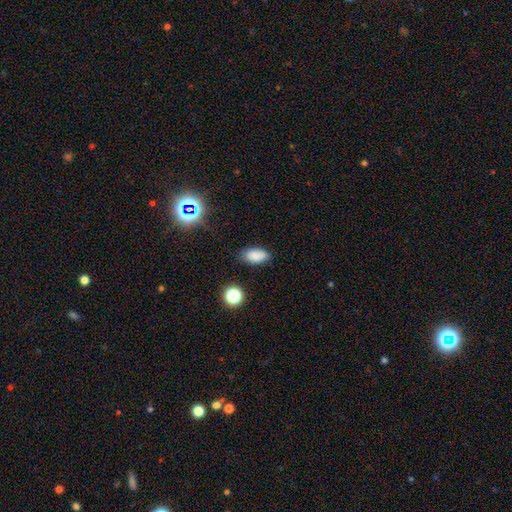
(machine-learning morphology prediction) smooth-or-featured: smooth: 83% | star or artifact: 11% | featured or disk: 5%
  how-rounded: in between: 90% | round: 6% | cigar-shaped: 3%
  merging: none: 77% | minor disturbance: 17% | major disturbance: 3% | merger: 2%